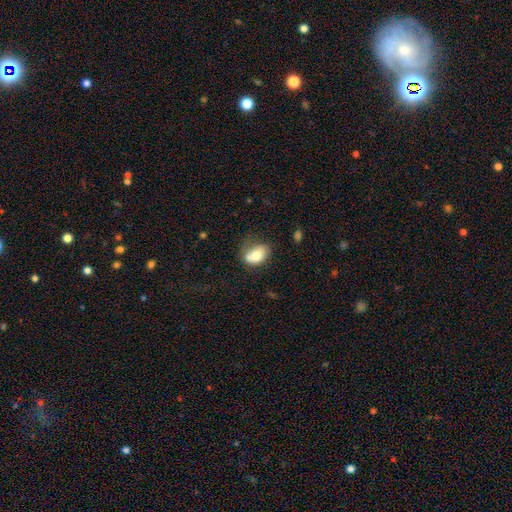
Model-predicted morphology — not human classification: smooth_or_featured: smooth (p=0.74) [alt: featured or disk p=0.18]
how_rounded: in between (p=0.76) [alt: round p=0.22]
merging: none (p=0.40) [alt: minor disturbance p=0.29]